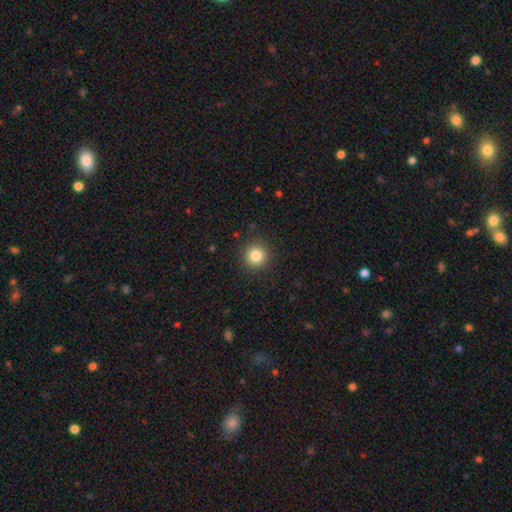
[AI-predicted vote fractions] Q: Smooth or featured?
A: smooth (83%); runner-up: star or artifact (11%)
Q: How rounded?
A: round (95%); runner-up: in between (4%)
Q: Merging?
A: none (91%); runner-up: minor disturbance (6%)